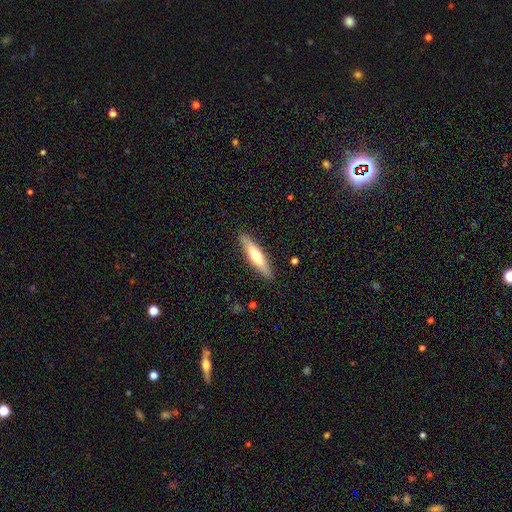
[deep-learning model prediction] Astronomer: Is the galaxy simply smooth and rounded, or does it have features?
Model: smooth — 57% (runner-up: featured or disk, 38%).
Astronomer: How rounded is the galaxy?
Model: cigar-shaped — 79%.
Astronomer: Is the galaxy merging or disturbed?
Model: none — 89%.